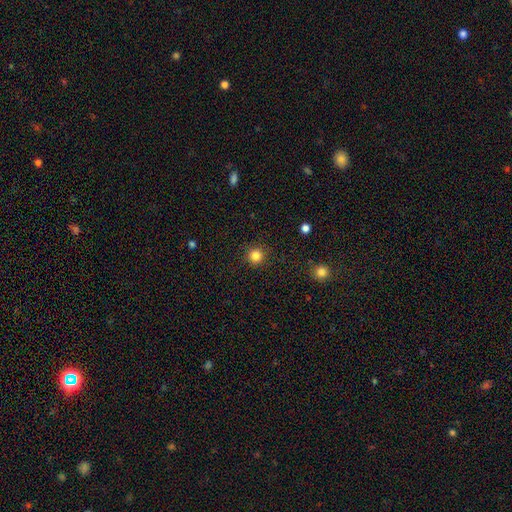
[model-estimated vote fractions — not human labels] smooth_or_featured: smooth (p=0.84) [alt: star or artifact p=0.12]
how_rounded: round (p=0.95) [alt: in between p=0.04]
merging: none (p=0.91) [alt: minor disturbance p=0.06]